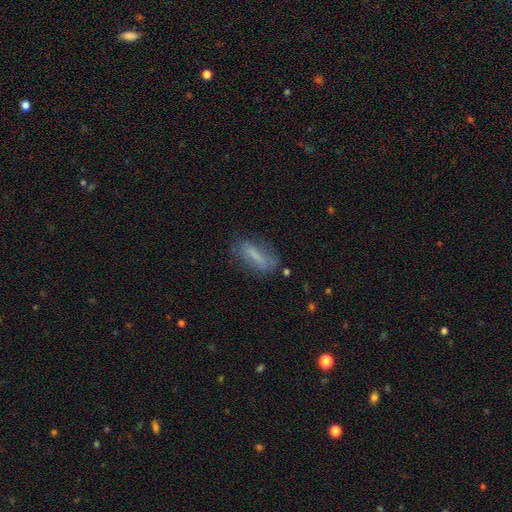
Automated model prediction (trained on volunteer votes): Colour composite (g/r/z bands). It shows a smooth galaxy with no disk features (62%) that is cigar-shaped (50%). Merging: none (64%).